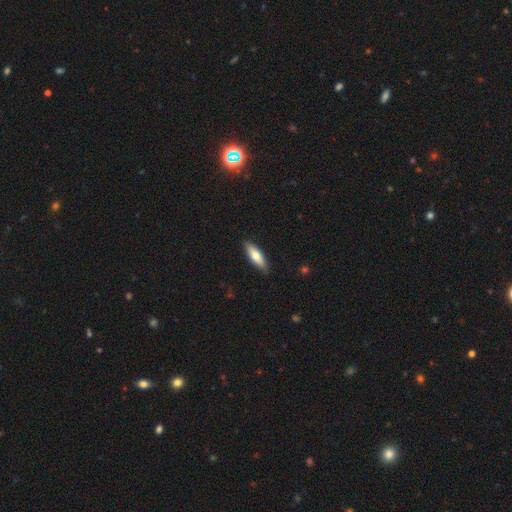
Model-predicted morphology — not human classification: The model was most divided on "how rounded": cigar-shaped: 52%, in between: 46%, round: 2%. More confident: merging — none (88%); smooth or featured — smooth (71%).